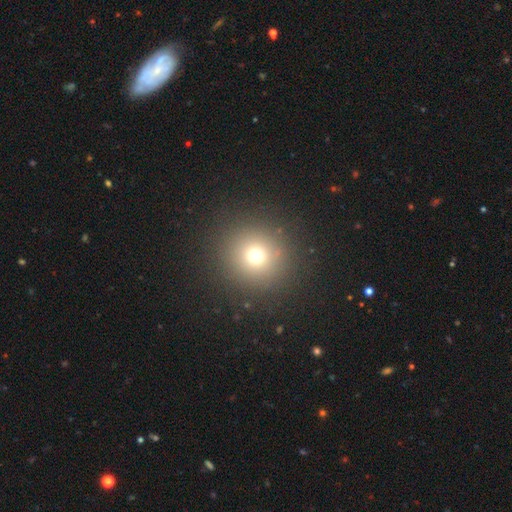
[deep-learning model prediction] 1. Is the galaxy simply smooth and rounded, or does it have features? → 70% smooth, 20% star or artifact, 9% featured or disk.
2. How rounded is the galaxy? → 94% round, 5% in between, 1% cigar-shaped.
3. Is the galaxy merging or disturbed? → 89% none, 6% minor disturbance, 4% major disturbance, 1% merger.